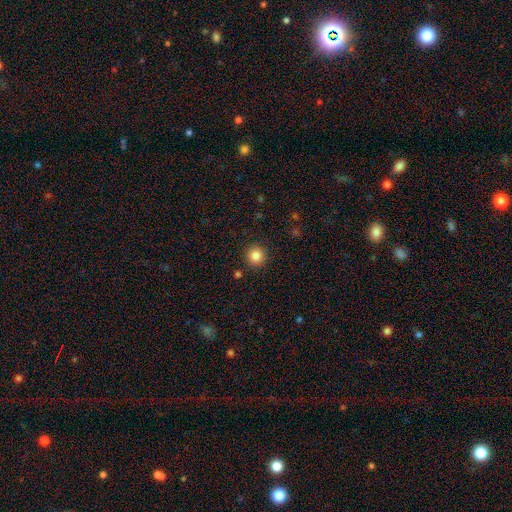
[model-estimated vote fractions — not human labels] Smooth or featured?
  - smooth: 85% *
  - star or artifact: 11%
  - featured or disk: 5%
How rounded?
  - round: 94% *
  - in between: 5%
  - cigar-shaped: 1%
Merging?
  - none: 91% *
  - minor disturbance: 6%
  - major disturbance: 2%
  - merger: 2%